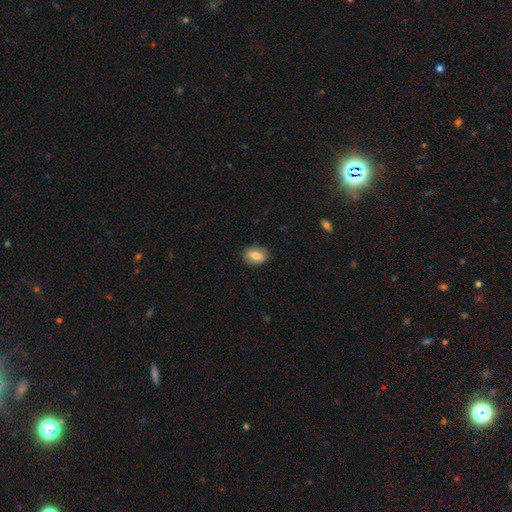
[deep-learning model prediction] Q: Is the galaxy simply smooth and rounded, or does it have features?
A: smooth — 73%.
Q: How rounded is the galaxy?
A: in between — 78%.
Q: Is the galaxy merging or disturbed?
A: none — 83%.